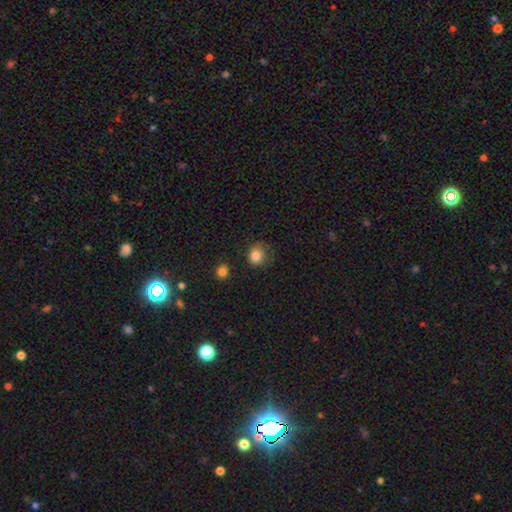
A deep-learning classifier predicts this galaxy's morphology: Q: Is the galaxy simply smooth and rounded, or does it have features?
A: smooth — 83%.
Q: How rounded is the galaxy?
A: round — 78%.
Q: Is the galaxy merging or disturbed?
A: none — 67%.